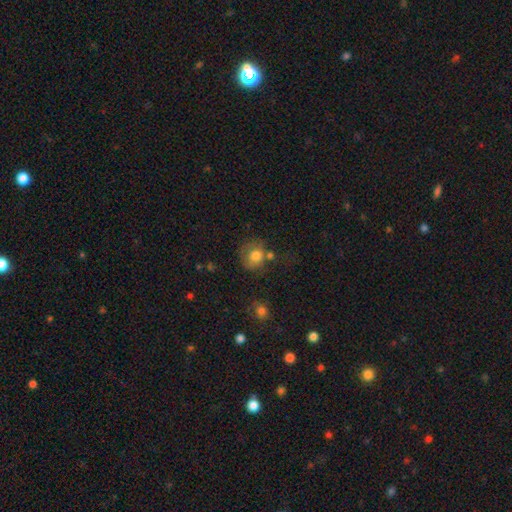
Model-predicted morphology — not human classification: Q: Smooth or featured?
A: smooth (72%); runner-up: featured or disk (19%)
Q: How rounded?
A: round (77%); runner-up: in between (22%)
Q: Merging?
A: none (47%); runner-up: minor disturbance (24%)